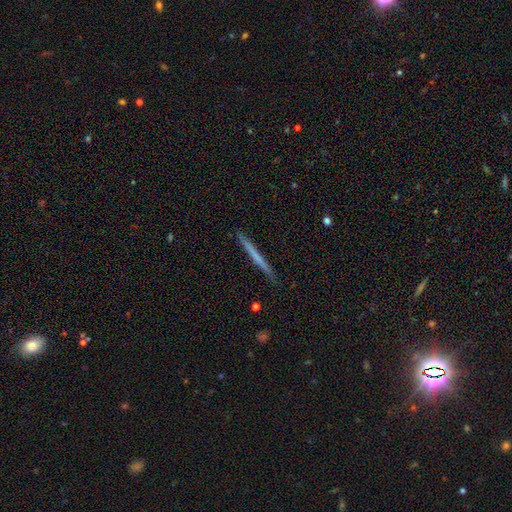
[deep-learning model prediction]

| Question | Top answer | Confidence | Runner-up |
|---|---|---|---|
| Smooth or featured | smooth | 53% | featured or disk (41%) |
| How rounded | cigar-shaped | 97% | in between (2%) |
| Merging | none | 90% | minor disturbance (7%) |